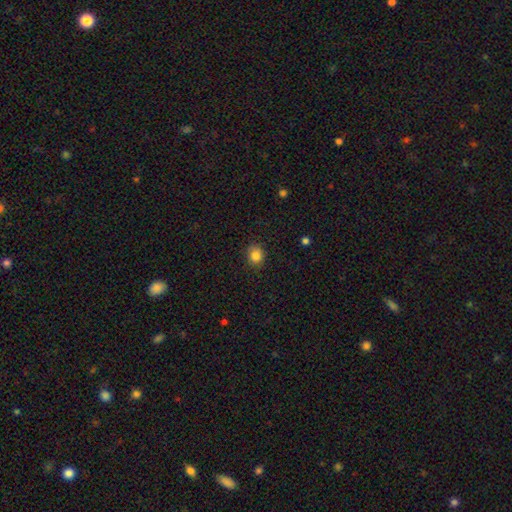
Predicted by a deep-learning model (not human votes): Smooth or featured?
  - smooth: 84% *
  - star or artifact: 11%
  - featured or disk: 6%
How rounded?
  - round: 73% *
  - in between: 26%
  - cigar-shaped: 1%
Merging?
  - none: 86% *
  - minor disturbance: 11%
  - major disturbance: 2%
  - merger: 1%